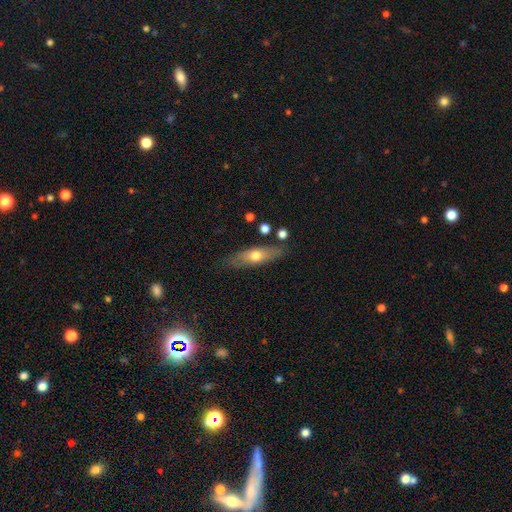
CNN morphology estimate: Smooth or featured: smooth — 55% (featured or disk — 38%)
How rounded: cigar-shaped — 53% (in between — 44%)
Merging: none — 79% (minor disturbance — 14%)